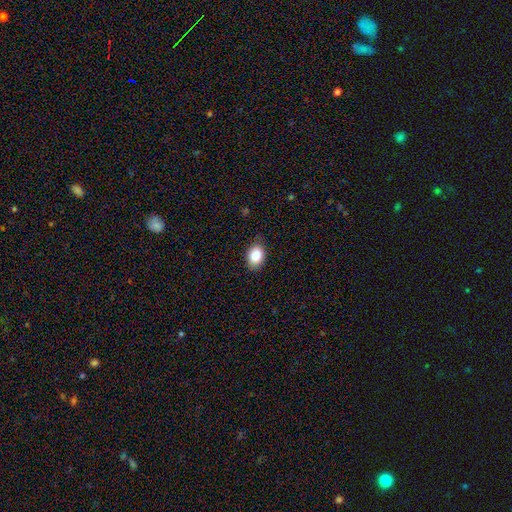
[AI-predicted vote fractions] Q: Smooth or featured?
A: smooth (86%); runner-up: star or artifact (8%)
Q: How rounded?
A: in between (77%); runner-up: round (22%)
Q: Merging?
A: none (83%); runner-up: minor disturbance (13%)